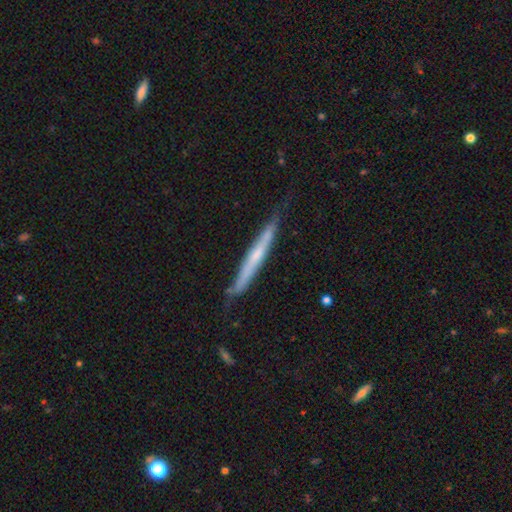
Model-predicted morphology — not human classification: Smooth or featured?
  - featured or disk: 54% *
  - smooth: 41%
  - star or artifact: 6%
Edge-on disk?
  - yes: 94% *
  - no: 6%
Edge-on bulge?
  - none: 60% *
  - rounded: 33%
  - boxy: 7%
Merging?
  - none: 73% *
  - minor disturbance: 21%
  - major disturbance: 3%
  - merger: 2%